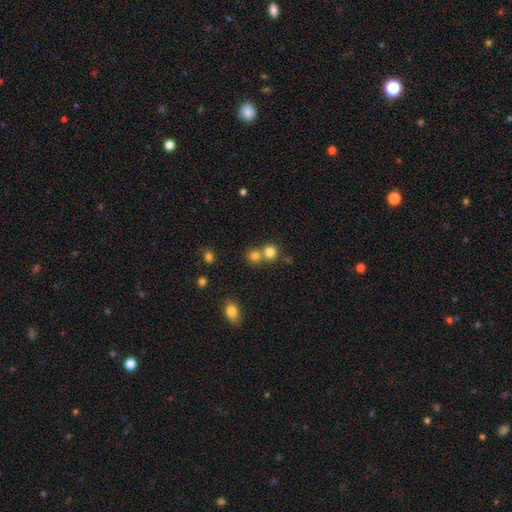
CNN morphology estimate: smooth_or_featured: smooth (p=0.78) [alt: star or artifact p=0.15]
how_rounded: round (p=0.88) [alt: in between p=0.11]
merging: none (p=0.54) [alt: merger p=0.37]